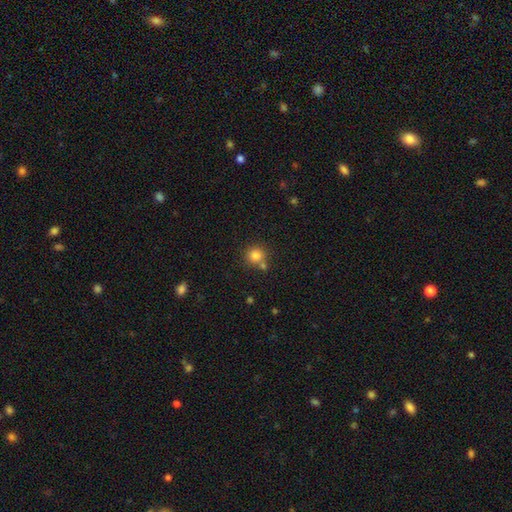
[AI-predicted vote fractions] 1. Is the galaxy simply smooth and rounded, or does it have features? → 82% smooth, 12% star or artifact, 7% featured or disk.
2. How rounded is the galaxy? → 90% round, 9% in between, 1% cigar-shaped.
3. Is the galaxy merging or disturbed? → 66% none, 21% merger, 10% minor disturbance, 3% major disturbance.